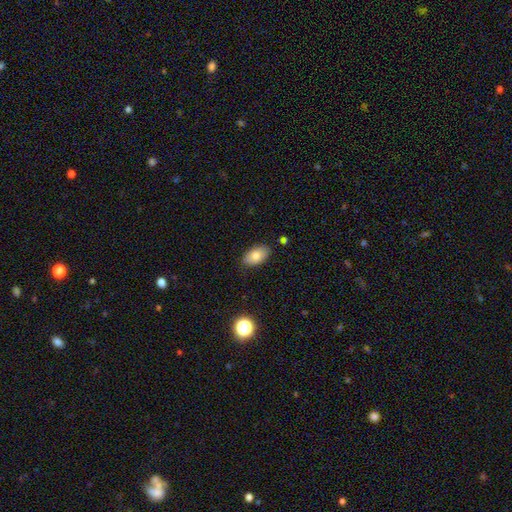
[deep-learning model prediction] smooth 79%, featured or disk 13%, star or artifact 8%. Down the decision tree: how rounded — in between (93%); merging — none (83%).